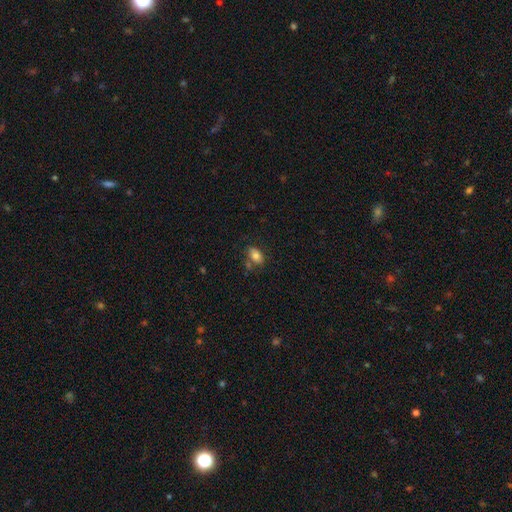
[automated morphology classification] Smooth or featured: smooth — 79% (featured or disk — 12%)
How rounded: in between — 89% (round — 8%)
Merging: none — 69% (minor disturbance — 17%)